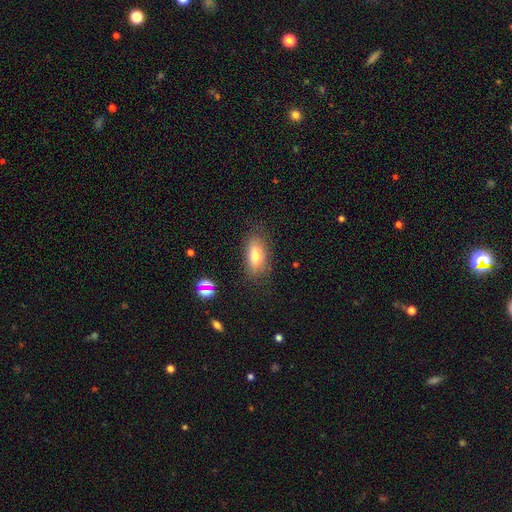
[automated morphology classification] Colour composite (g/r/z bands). It shows a smooth galaxy with no disk features (74%) that is in between round and cigar-shaped (83%). Merging: none (76%).